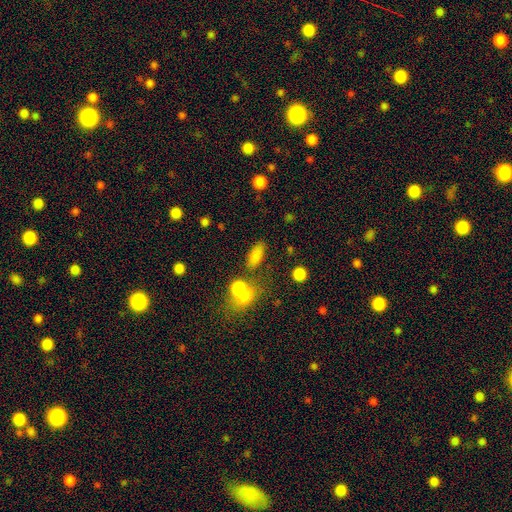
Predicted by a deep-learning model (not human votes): smooth_or_featured: smooth (p=0.81) [alt: star or artifact p=0.12]
how_rounded: in between (p=0.80) [alt: cigar-shaped p=0.13]
merging: none (p=0.69) [alt: minor disturbance p=0.13]